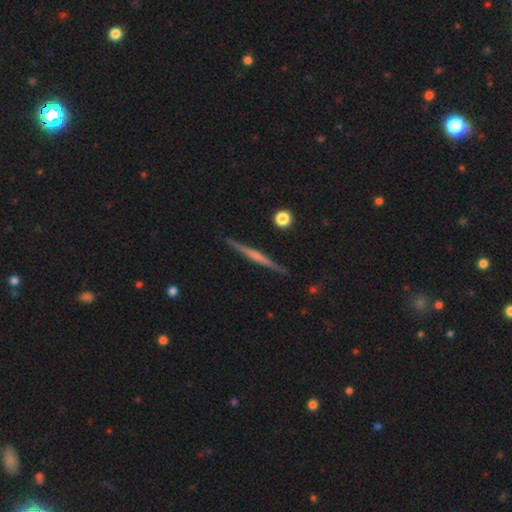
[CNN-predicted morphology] Q: Smooth or featured?
A: featured or disk (67%); runner-up: smooth (27%)
Q: Edge-on disk?
A: yes (98%); runner-up: no (2%)
Q: Edge-on bulge?
A: none (55%); runner-up: rounded (32%)
Q: Merging?
A: none (91%); runner-up: minor disturbance (7%)